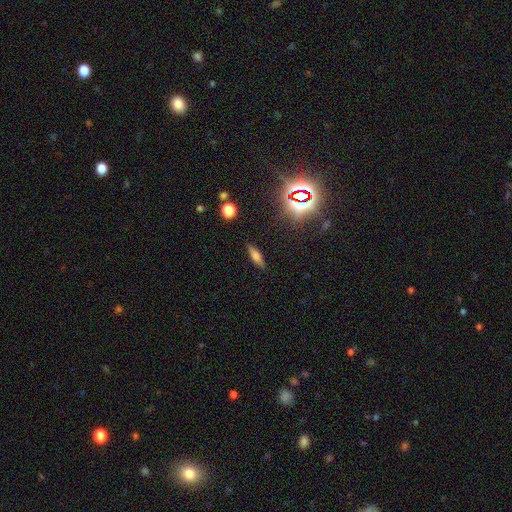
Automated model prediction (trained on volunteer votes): This appears to be a smooth galaxy with no disk features (59%) that is cigar-shaped (54%). Merging: none (85%).